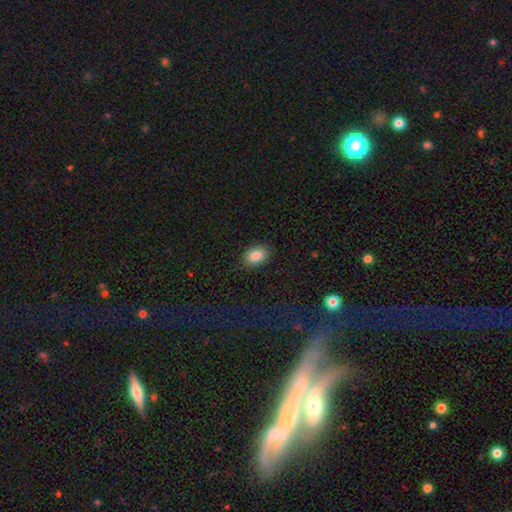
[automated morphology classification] This appears to be a smooth galaxy with no disk features (86%) that is in between round and cigar-shaped (85%). Merging: none (84%).